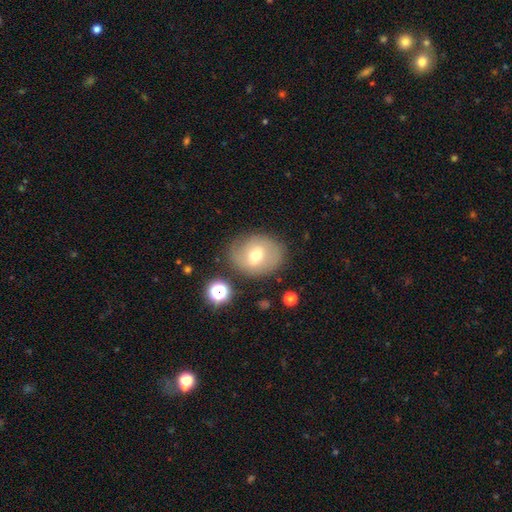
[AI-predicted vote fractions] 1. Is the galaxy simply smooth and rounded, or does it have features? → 51% smooth, 39% featured or disk, 11% star or artifact.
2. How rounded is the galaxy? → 57% round, 42% in between, 1% cigar-shaped.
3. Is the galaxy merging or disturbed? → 73% none, 17% minor disturbance, 6% major disturbance, 4% merger.